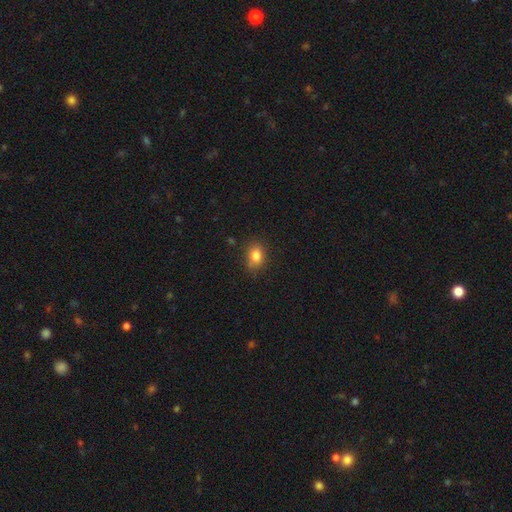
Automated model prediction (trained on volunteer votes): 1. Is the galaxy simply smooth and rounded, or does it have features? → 82% smooth, 10% star or artifact, 8% featured or disk.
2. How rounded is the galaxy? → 67% in between, 31% round, 2% cigar-shaped.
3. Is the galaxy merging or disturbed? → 72% none, 21% minor disturbance, 5% major disturbance, 2% merger.